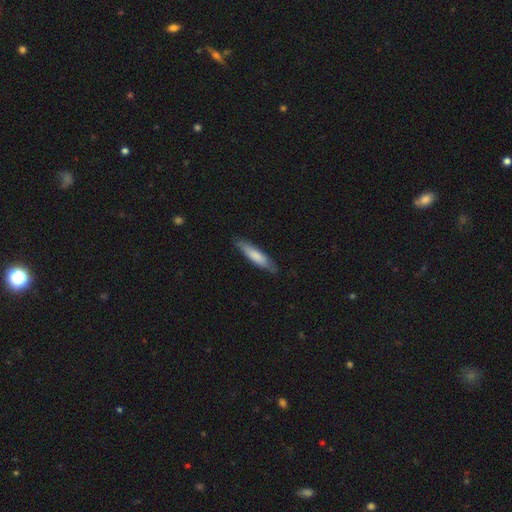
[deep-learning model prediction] Morphology: type=smooth (75%); roundness=cigar-shaped (80%); merging=none (82%).